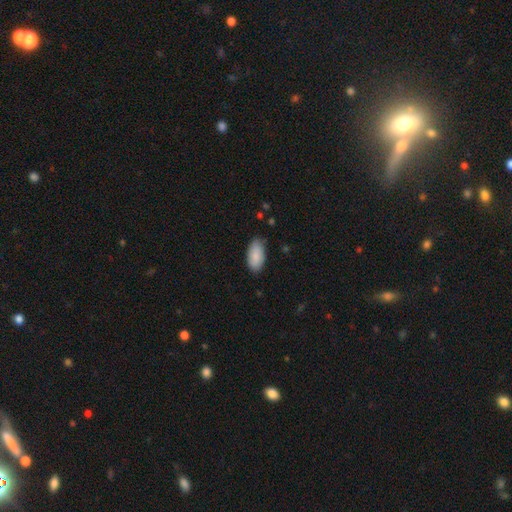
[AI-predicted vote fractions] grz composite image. It shows a smooth galaxy with no disk features (88%) that is in between round and cigar-shaped (94%). Merging: none (81%).